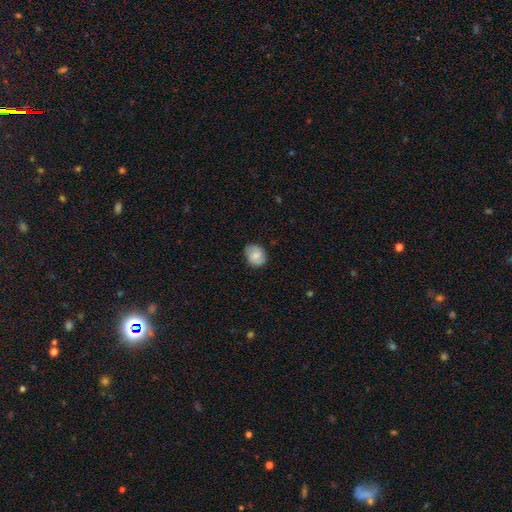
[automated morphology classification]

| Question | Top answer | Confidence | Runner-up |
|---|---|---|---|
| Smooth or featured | smooth | 67% | featured or disk (25%) |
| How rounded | round | 55% | in between (44%) |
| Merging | none | 78% | minor disturbance (17%) |